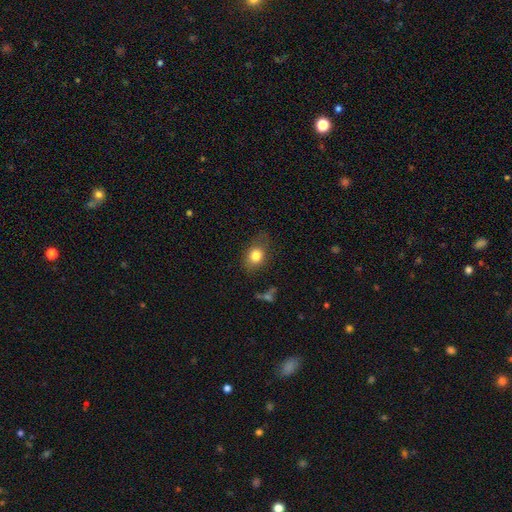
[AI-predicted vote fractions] Overall: smooth (79%). How rounded: in between (56%; round 42%). Merging: none (67%).